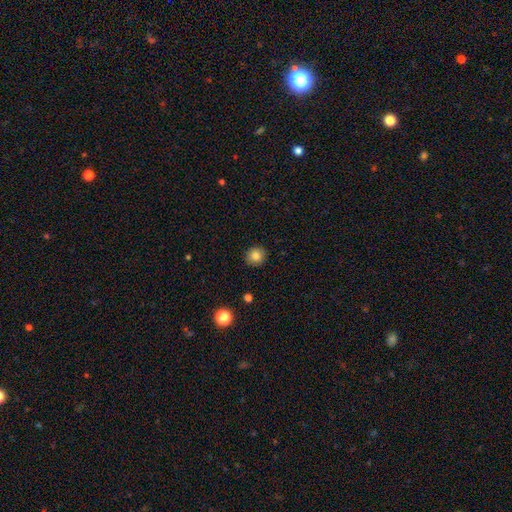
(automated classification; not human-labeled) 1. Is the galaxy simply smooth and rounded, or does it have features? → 84% smooth, 10% star or artifact, 6% featured or disk.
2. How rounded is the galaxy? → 91% round, 8% in between, 1% cigar-shaped.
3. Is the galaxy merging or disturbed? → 90% none, 7% minor disturbance, 2% major disturbance, 1% merger.